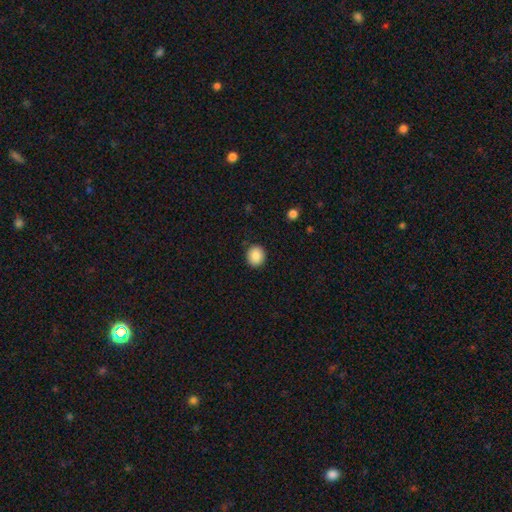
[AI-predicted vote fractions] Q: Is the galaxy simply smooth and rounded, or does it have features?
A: smooth — 88%.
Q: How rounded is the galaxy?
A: round — 78%.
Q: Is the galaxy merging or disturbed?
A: none — 89%.